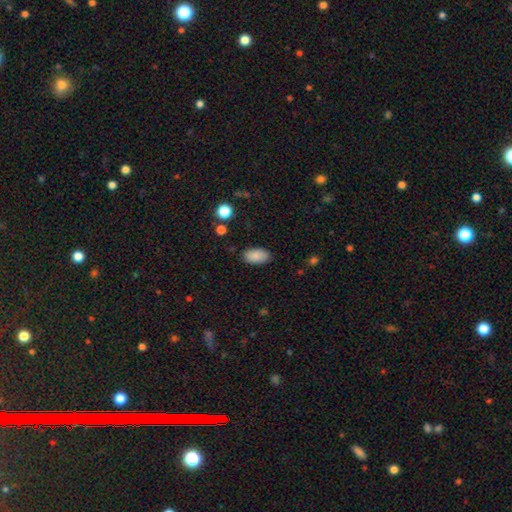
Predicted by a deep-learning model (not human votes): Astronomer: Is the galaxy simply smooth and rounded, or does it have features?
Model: smooth — 88%.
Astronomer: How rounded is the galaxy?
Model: in between — 94%.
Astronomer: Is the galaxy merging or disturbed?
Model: none — 86%.